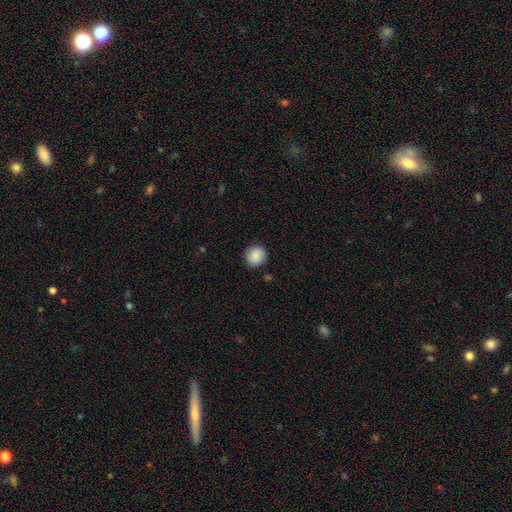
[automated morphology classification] Overall: smooth (87%). How rounded: round (92%). Merging: none (90%).